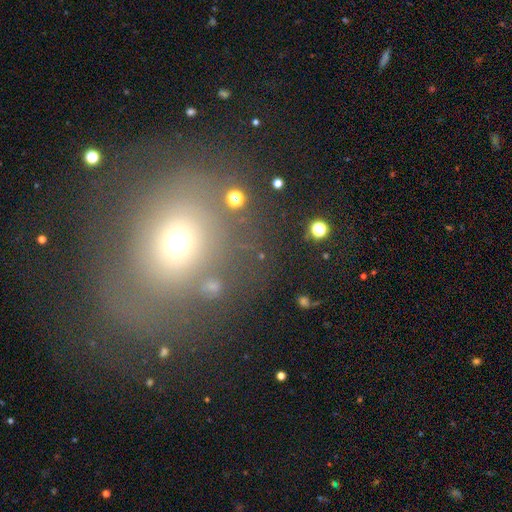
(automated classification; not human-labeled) smooth 55%, star or artifact 24%, featured or disk 21%. Down the decision tree: how rounded — round (67%); merging — none (66%).